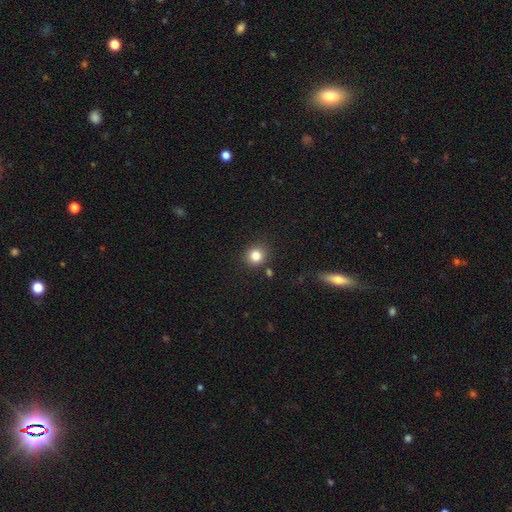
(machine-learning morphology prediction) smooth 83%, star or artifact 12%, featured or disk 6%. Down the decision tree: how rounded — round (87%); merging — none (85%).